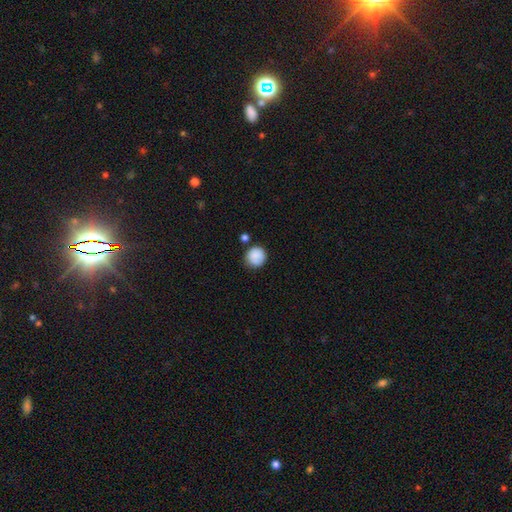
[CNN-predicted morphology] Overall: smooth (86%). How rounded: round (91%). Merging: none (74%).